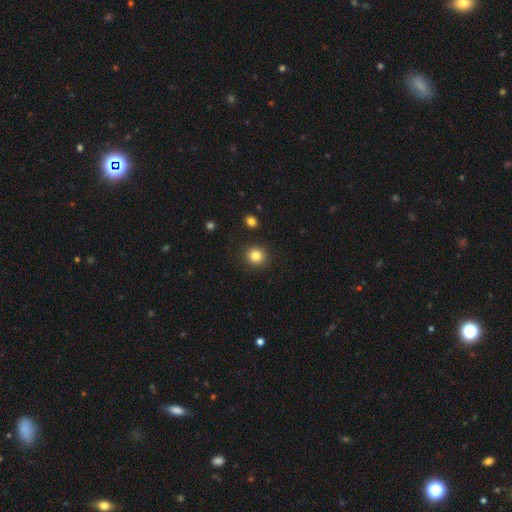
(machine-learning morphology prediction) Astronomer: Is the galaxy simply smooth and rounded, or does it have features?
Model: smooth — 83%.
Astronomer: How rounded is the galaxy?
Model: round — 90%.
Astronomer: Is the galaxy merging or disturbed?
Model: none — 90%.